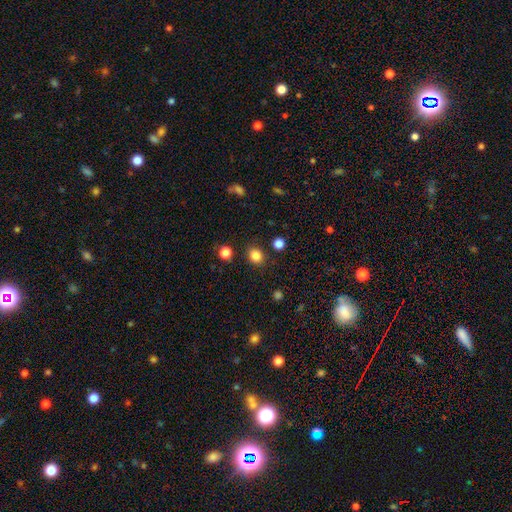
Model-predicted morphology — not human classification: smooth_or_featured: smooth (p=0.83) [alt: star or artifact p=0.12]
how_rounded: round (p=0.69) [alt: in between p=0.30]
merging: none (p=0.86) [alt: minor disturbance p=0.09]